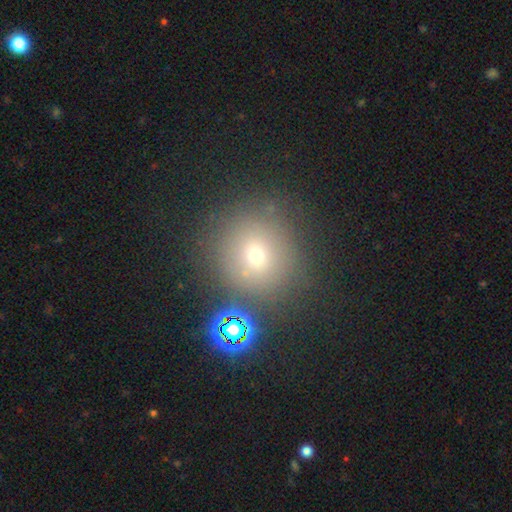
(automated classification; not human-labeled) Smooth or featured: smooth — 60% (star or artifact — 27%)
How rounded: round — 91% (in between — 8%)
Merging: none — 79% (minor disturbance — 9%)